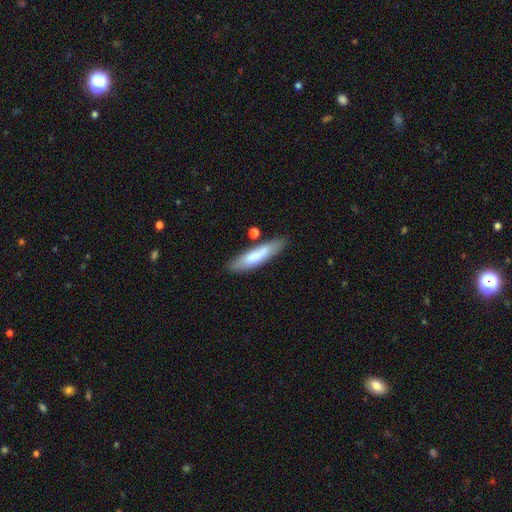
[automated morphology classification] smooth 76%, featured or disk 19%, star or artifact 6%. Down the decision tree: how rounded — cigar-shaped (74%); merging — none (77%).